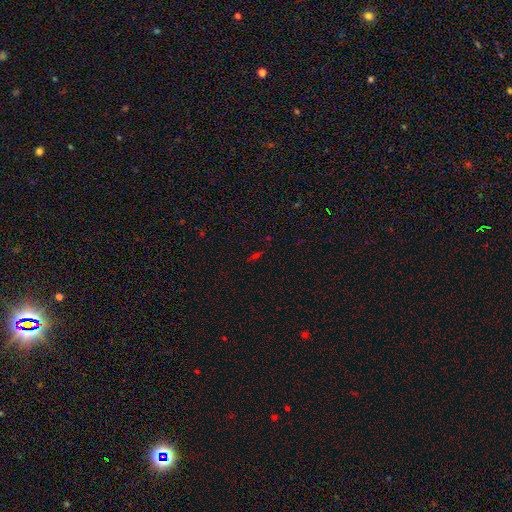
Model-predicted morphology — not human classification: This is possibly a star or artifact rather than a galaxy (48%).